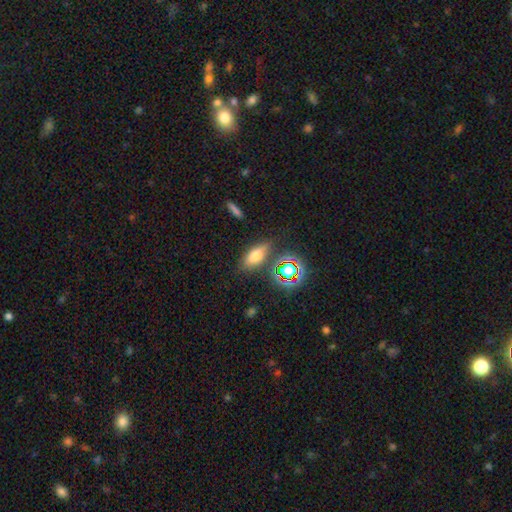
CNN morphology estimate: A smooth galaxy with no disk features (65%) that is in between round and cigar-shaped (71%). Merging: none (77%).